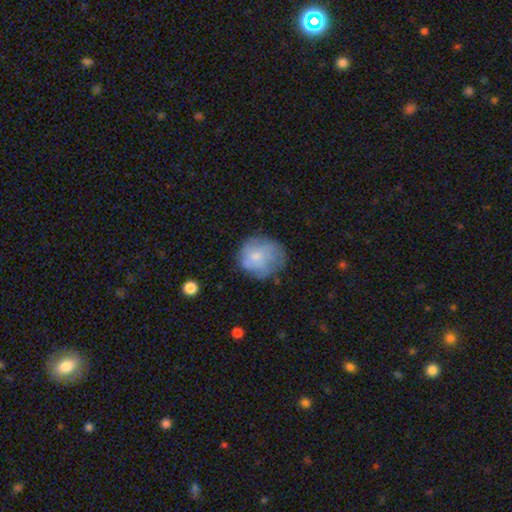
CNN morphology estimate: Overall: smooth (55%; featured or disk 35%). How rounded: round (80%). Merging: none (66%).